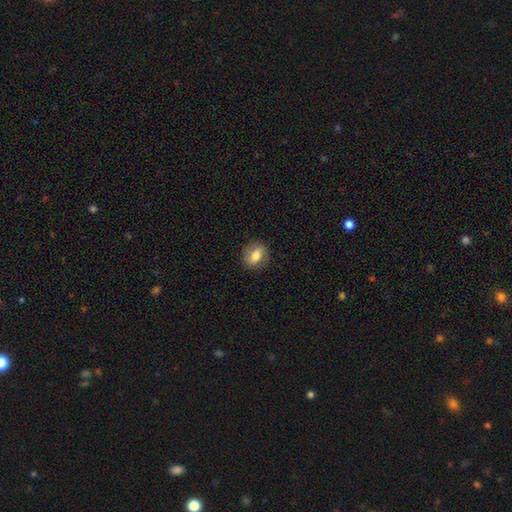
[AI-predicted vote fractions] The model was most divided on "how rounded": round: 53%, in between: 45%, cigar-shaped: 2%. More confident: merging — none (86%); smooth or featured — smooth (69%).